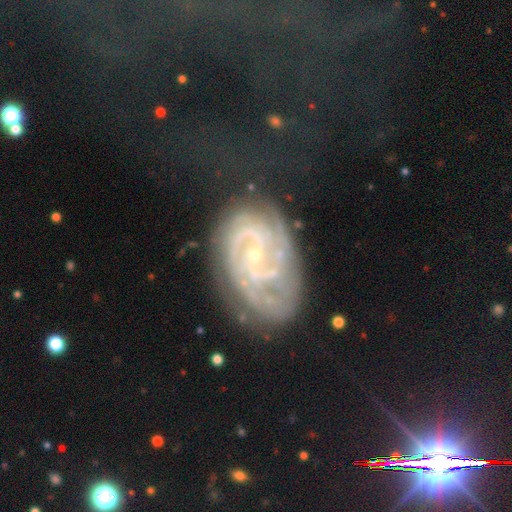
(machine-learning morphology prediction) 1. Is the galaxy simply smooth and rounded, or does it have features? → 85% featured or disk, 8% star or artifact, 6% smooth.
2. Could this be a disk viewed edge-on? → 97% no, 3% yes.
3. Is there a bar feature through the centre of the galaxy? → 53% no, 36% weak, 11% strong.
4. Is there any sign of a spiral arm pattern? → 96% yes, 4% no.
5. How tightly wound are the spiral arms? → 60% tight, 32% medium, 8% loose.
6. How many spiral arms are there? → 38% 2, 24% can't tell, 16% 3, 8% 4, 7% more than 4, 7% 1.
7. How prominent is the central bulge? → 82% small, 13% moderate, 2% none, 1% large, 1% dominant.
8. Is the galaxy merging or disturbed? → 60% none, 22% minor disturbance, 14% major disturbance, 3% merger.